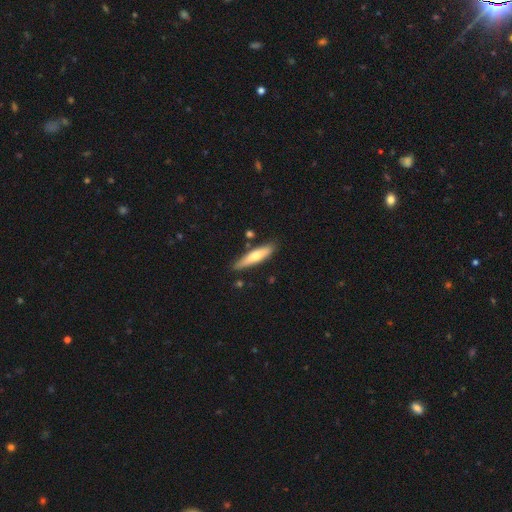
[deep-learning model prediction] smooth 59%, featured or disk 35%, star or artifact 5%. Down the decision tree: how rounded — cigar-shaped (80%); merging — none (81%).